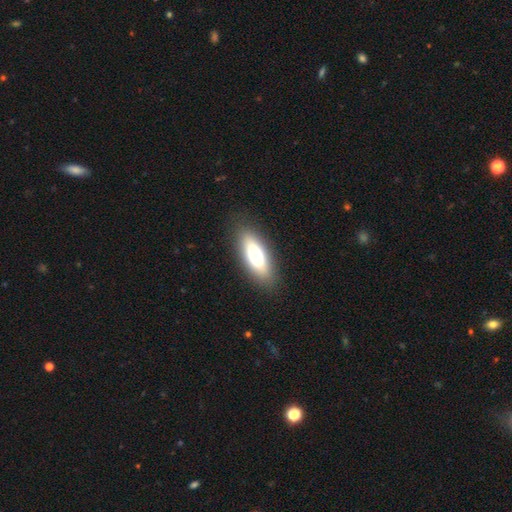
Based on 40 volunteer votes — Smooth or featured? smooth (72%)
How rounded? in between (69%)
Merging? none (87%)